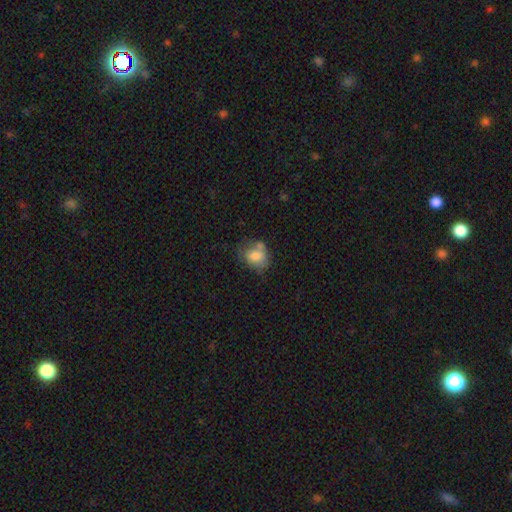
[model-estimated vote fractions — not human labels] Smooth or featured? smooth (74%)
How rounded? in between (59%)
Merging? none (42%)